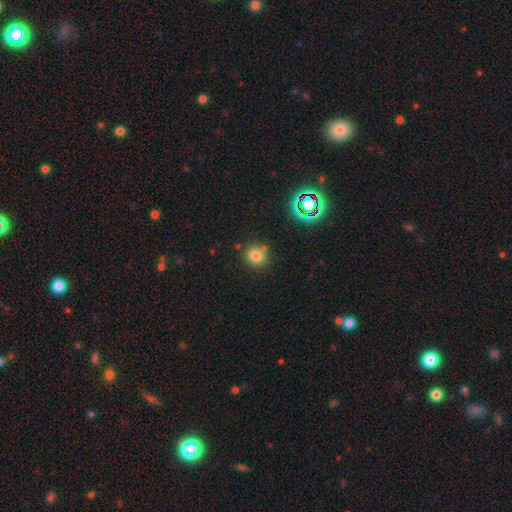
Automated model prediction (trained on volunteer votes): Smooth or featured? smooth (77%)
How rounded? round (81%)
Merging? none (77%)